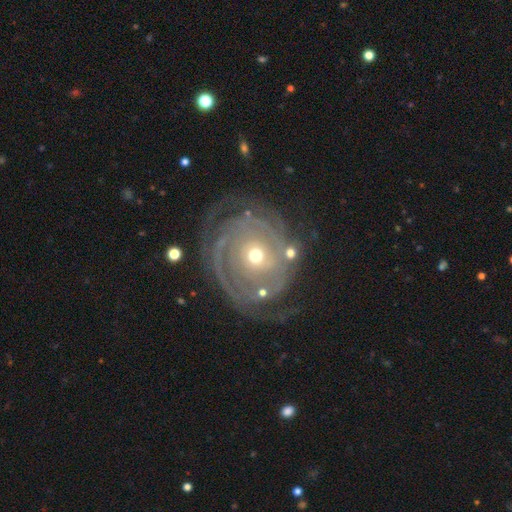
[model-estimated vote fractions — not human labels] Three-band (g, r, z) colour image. It shows a featured or disk galaxy (87%) with no bar (79%), 2 (31%) tight (70%) spiral arms (93%) and a moderate central bulge (50%). Merging: none (64%).